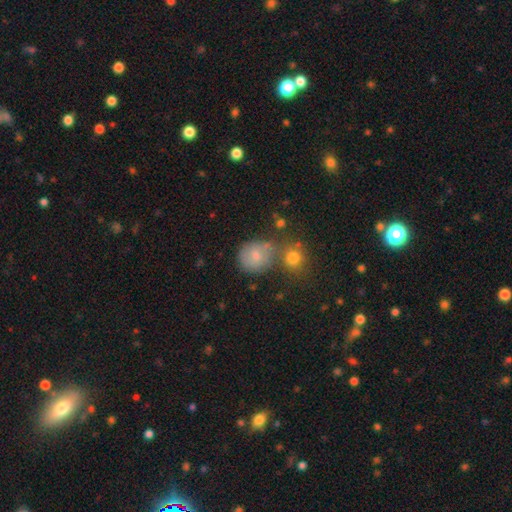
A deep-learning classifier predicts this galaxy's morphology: Smooth or featured: smooth — 72% (featured or disk — 17%)
How rounded: round — 75% (in between — 24%)
Merging: none — 47% (merger — 26%)